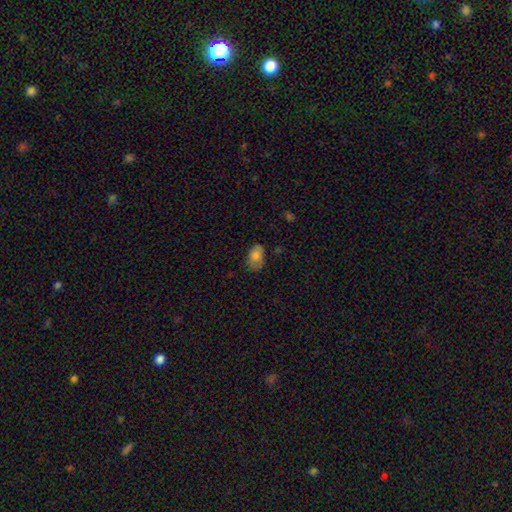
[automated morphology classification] smooth 77%, featured or disk 15%, star or artifact 8%. Down the decision tree: how rounded — in between (88%); merging — none (70%).